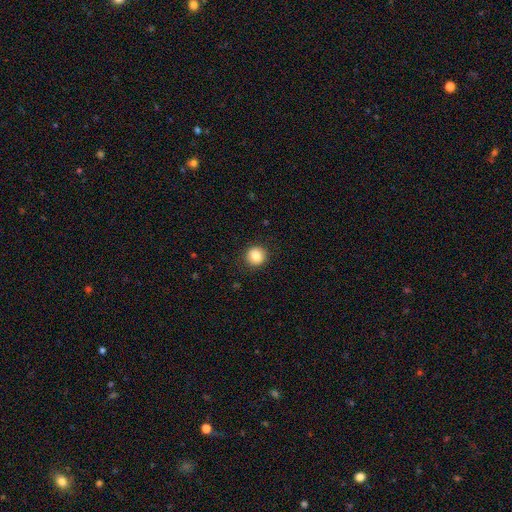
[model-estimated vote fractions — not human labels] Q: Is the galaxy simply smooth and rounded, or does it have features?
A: smooth — 84%.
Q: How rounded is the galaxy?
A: round — 93%.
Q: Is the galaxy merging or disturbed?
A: none — 90%.